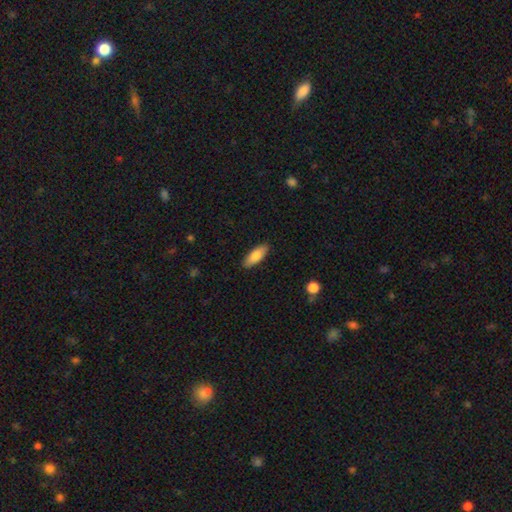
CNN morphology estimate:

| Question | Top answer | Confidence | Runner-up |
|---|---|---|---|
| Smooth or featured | smooth | 83% | featured or disk (11%) |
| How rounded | in between | 73% | cigar-shaped (26%) |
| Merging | none | 88% | minor disturbance (9%) |